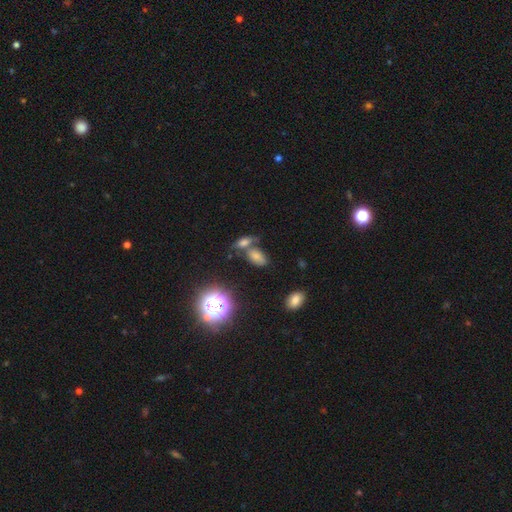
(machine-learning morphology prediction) Smooth or featured? Predicted: smooth (p=0.53). How rounded? Predicted: in between (p=0.76). Merging? Predicted: none (p=0.50).